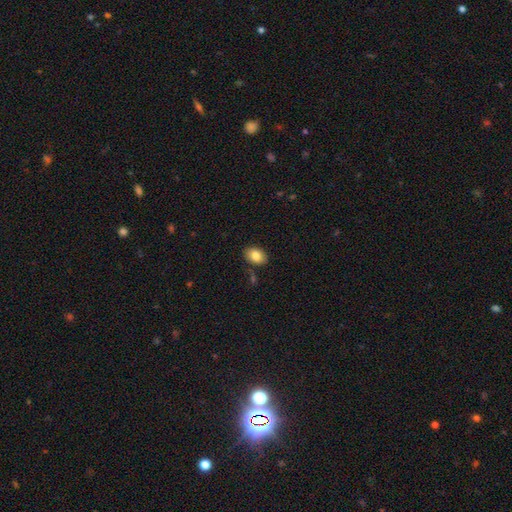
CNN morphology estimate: This is clearly a smooth galaxy (84%). How rounded: clearly in between (83%). Merging: clearly none (84%).